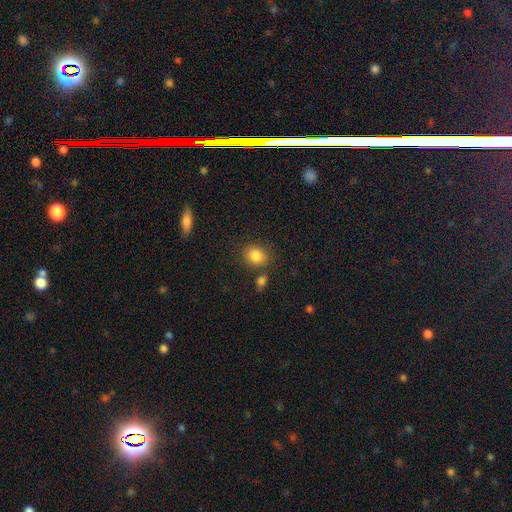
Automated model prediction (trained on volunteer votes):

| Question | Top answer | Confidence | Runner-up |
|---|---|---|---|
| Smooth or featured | smooth | 84% | star or artifact (10%) |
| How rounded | round | 55% | in between (44%) |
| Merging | none | 76% | minor disturbance (12%) |